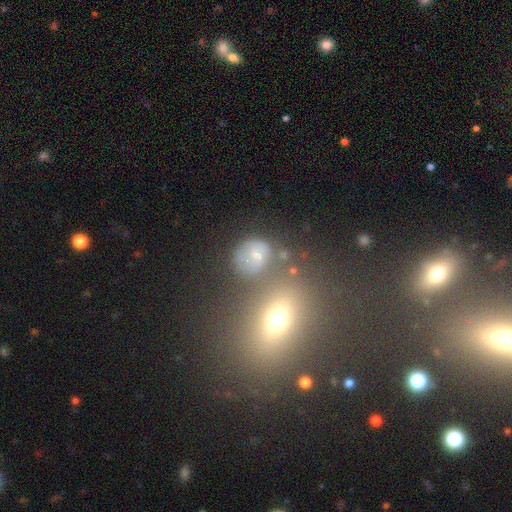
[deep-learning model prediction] Smooth or featured? Predicted: smooth (p=0.56). How rounded? Predicted: round (p=0.71). Merging? Predicted: none (p=0.52).